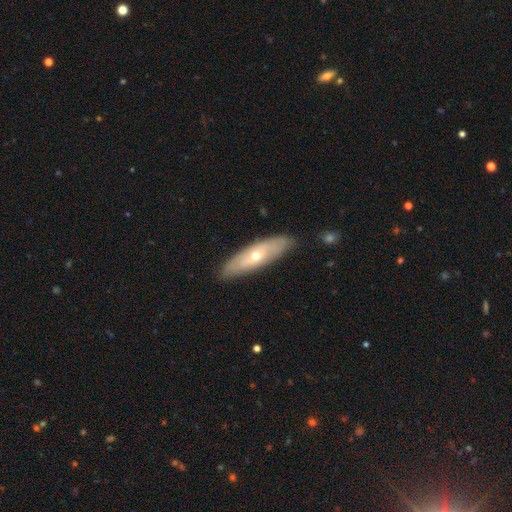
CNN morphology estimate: Q: Smooth or featured?
A: featured or disk (54%); runner-up: smooth (40%)
Q: Edge-on disk?
A: no (57%); runner-up: yes (43%)
Q: Merging?
A: none (84%); runner-up: minor disturbance (12%)